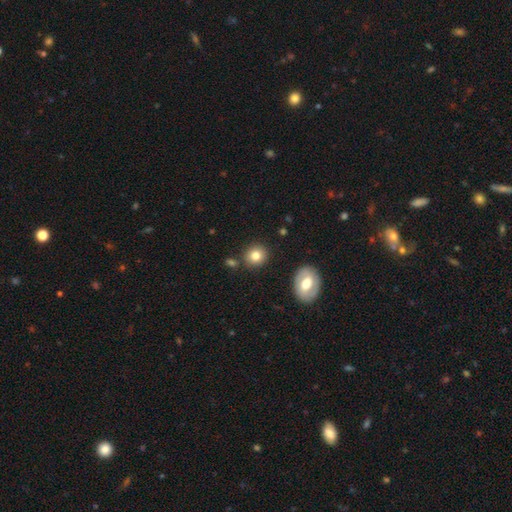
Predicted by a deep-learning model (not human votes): Overall: smooth (81%). How rounded: round (81%). Merging: none (84%).